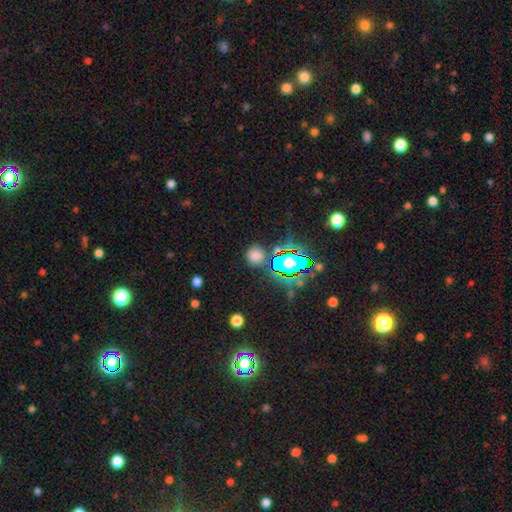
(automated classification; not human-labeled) A smooth galaxy with no disk features (67%) that is round (87%). Merging: none (81%).